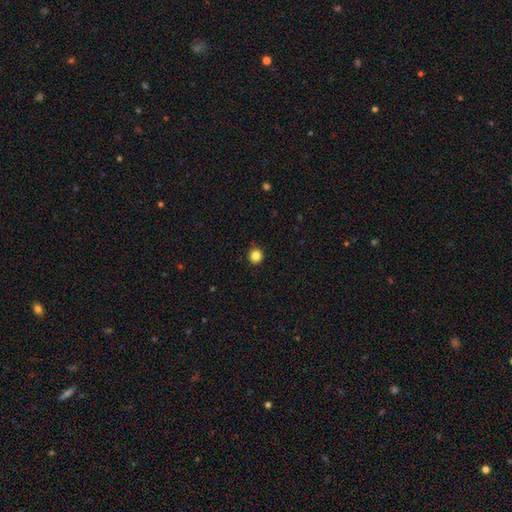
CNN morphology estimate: This appears to be a smooth galaxy with no disk features (84%) that is round (94%). Merging: none (91%).